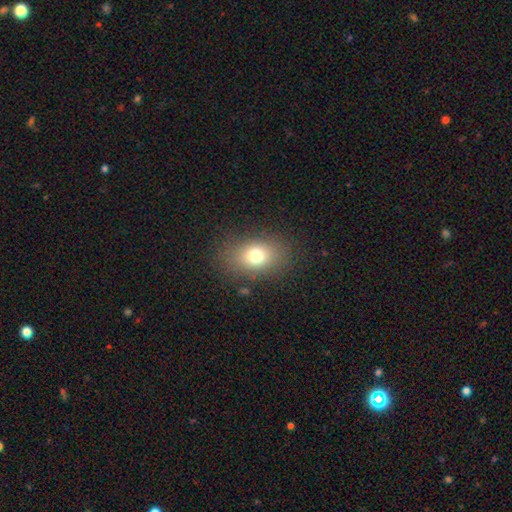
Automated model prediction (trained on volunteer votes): Q: Smooth or featured?
A: smooth (74%); runner-up: star or artifact (13%)
Q: How rounded?
A: in between (69%); runner-up: round (29%)
Q: Merging?
A: none (83%); runner-up: minor disturbance (10%)